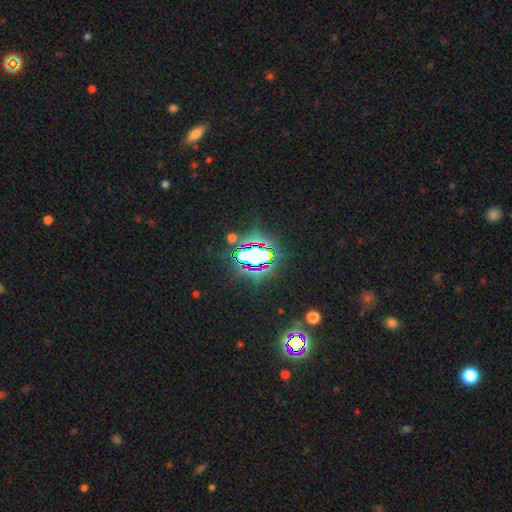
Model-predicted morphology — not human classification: A star or artifact, not a galaxy (68%).

Vote fractions:
- Smooth or featured? star or artifact: 68% / smooth: 19% / featured or disk: 12%